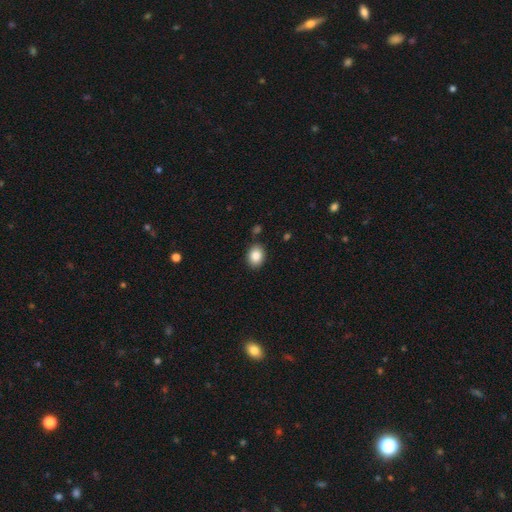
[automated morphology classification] smooth-or-featured: smooth: 86% | star or artifact: 8% | featured or disk: 6%
  how-rounded: in between: 63% | round: 36% | cigar-shaped: 1%
  merging: none: 85% | minor disturbance: 9% | merger: 3% | major disturbance: 2%